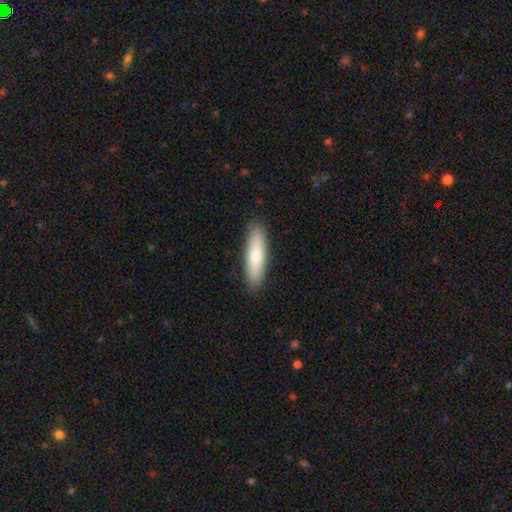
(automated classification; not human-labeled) Overall: smooth (73%). How rounded: cigar-shaped (69%; in between 30%). Merging: none (89%).